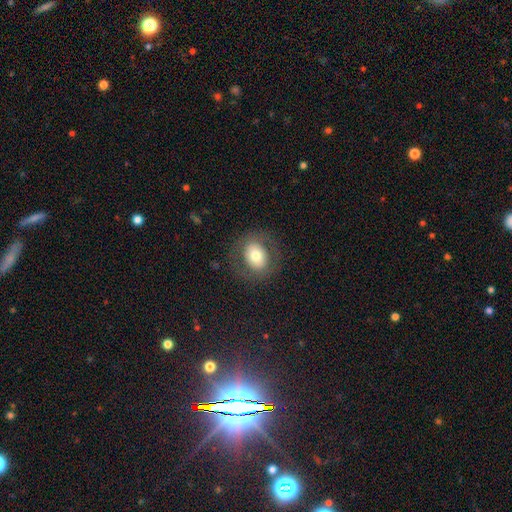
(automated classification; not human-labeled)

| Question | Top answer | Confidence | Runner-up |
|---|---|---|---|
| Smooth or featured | smooth | 67% | featured or disk (24%) |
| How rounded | round | 60% | in between (39%) |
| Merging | none | 79% | minor disturbance (12%) |